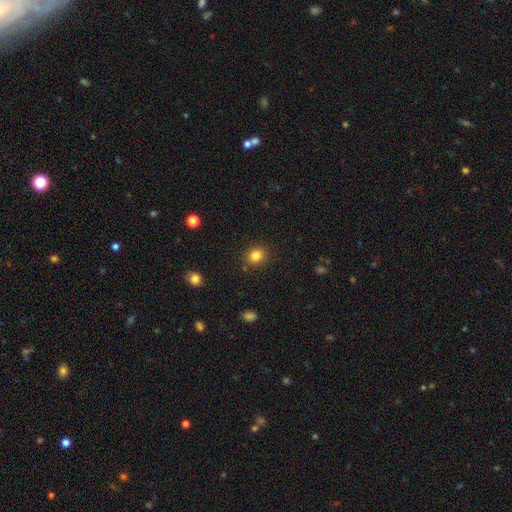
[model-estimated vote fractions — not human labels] This is clearly a smooth galaxy (83%). How rounded: likely round (77%). Merging: clearly none (87%).